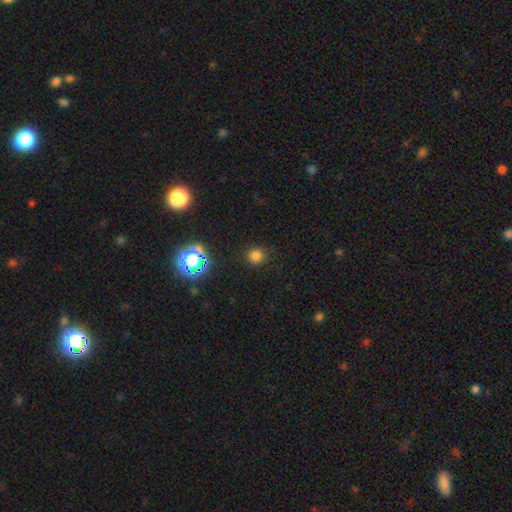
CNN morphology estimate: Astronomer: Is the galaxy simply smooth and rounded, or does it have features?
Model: smooth — 74%.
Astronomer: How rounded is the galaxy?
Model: round — 92%.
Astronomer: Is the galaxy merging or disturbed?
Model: none — 89%.